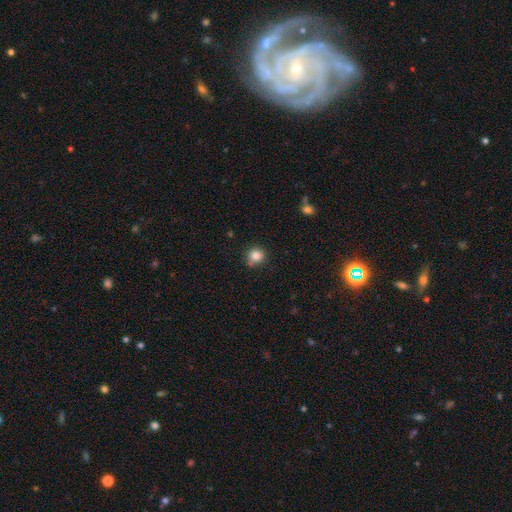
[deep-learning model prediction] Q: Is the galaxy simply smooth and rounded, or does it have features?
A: smooth — 83%.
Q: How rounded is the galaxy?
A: round — 89%.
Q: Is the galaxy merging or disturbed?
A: none — 78%.